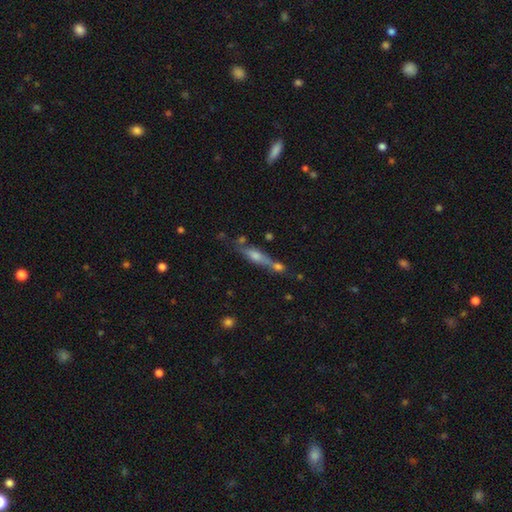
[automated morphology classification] Q: Smooth or featured?
A: featured or disk (48%); runner-up: smooth (38%)
Q: Merging?
A: none (46%); runner-up: merger (33%)